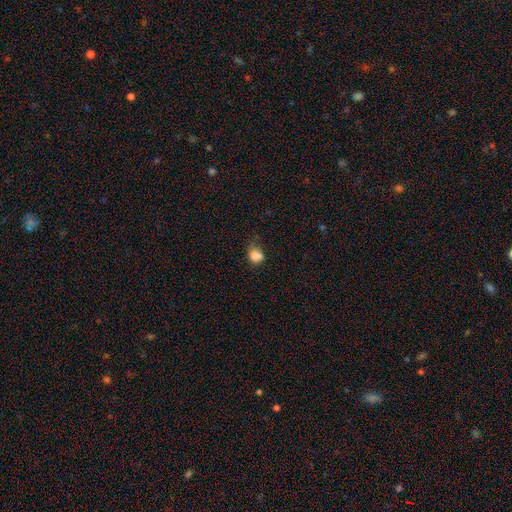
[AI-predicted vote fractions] The model was most divided on "merging": none: 39%, minor disturbance: 31%, merger: 16%, major disturbance: 14%. More confident: smooth or featured — smooth (80%); how rounded — round (55%).